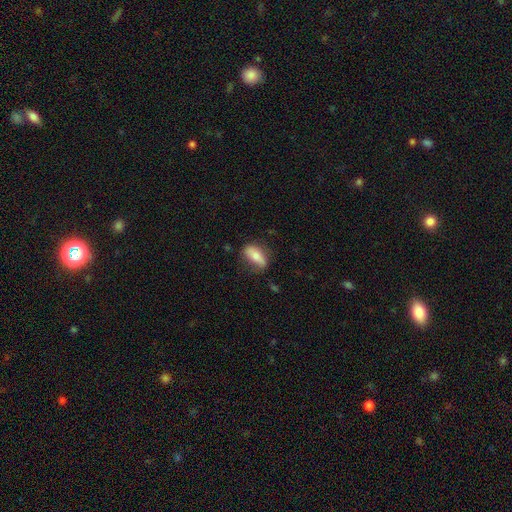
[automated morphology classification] This appears to be a smooth galaxy with no disk features (68%) that is in between round and cigar-shaped (77%). Merging: none (68%).